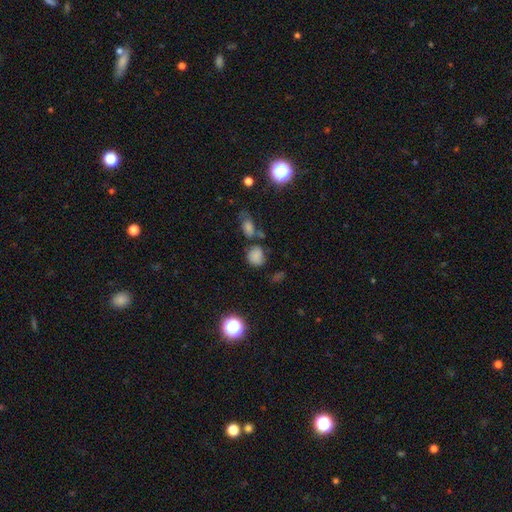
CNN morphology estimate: This appears to be a smooth galaxy with no disk features (75%) that is round (70%). Merging: none (60%).